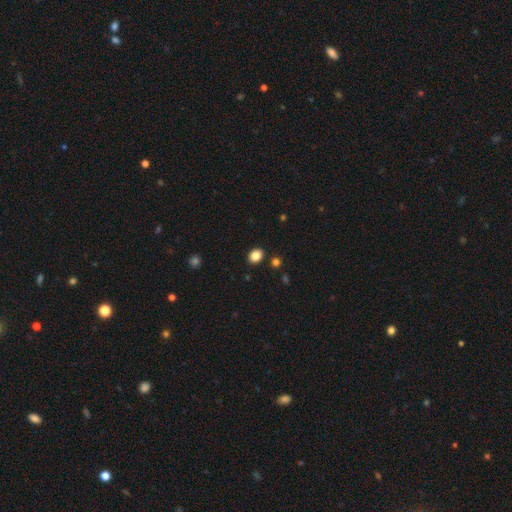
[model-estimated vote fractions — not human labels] A smooth galaxy with no disk features (86%) that is in between round and cigar-shaped (51%). Merging: none (89%).